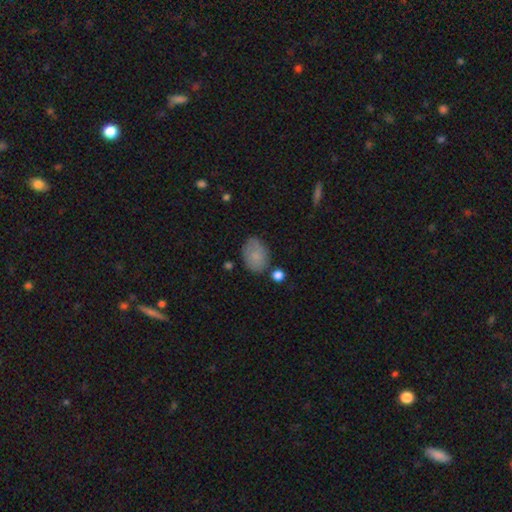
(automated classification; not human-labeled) Smooth or featured: smooth — 81% (featured or disk — 11%)
How rounded: in between — 81% (round — 18%)
Merging: none — 70% (minor disturbance — 19%)